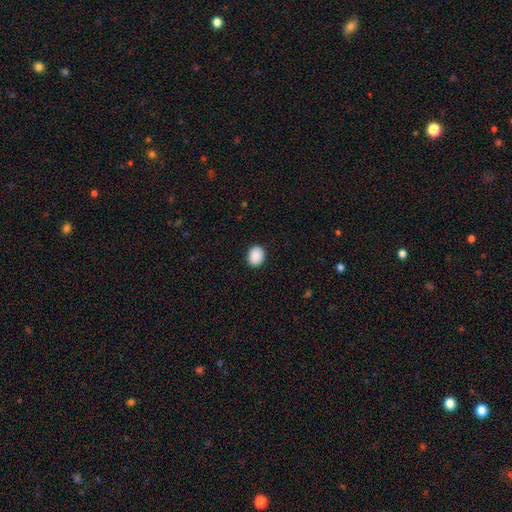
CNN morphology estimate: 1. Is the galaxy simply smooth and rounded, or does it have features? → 90% smooth, 7% star or artifact, 3% featured or disk.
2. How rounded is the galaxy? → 52% in between, 47% round, 1% cigar-shaped.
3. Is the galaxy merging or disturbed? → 90% none, 7% minor disturbance, 2% major disturbance, 1% merger.